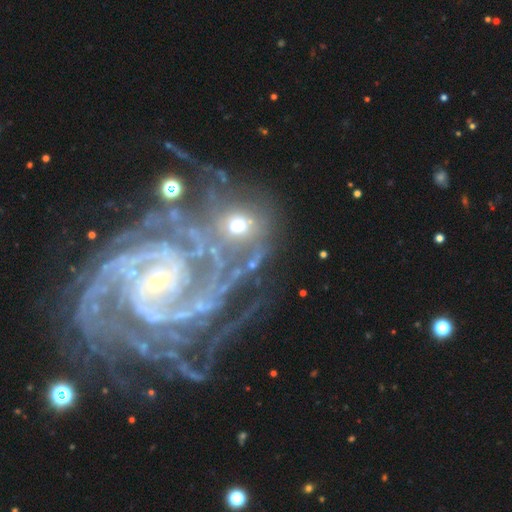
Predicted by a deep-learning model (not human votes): This appears to be a featured or disk galaxy (69%) with no bar (59%), tight (62%) spiral arms (88%) and a small central bulge (47%). Merging: none (46%).